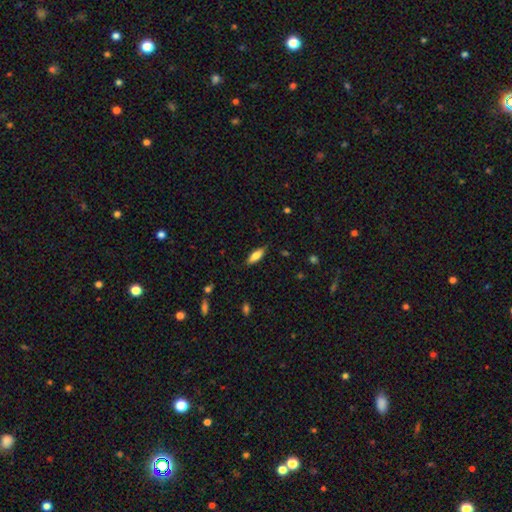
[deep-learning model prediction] Morphology: type=smooth (78%); roundness=in between (61%); merging=none (83%).